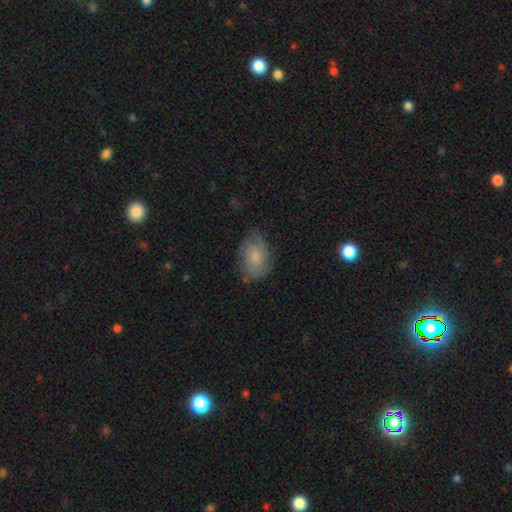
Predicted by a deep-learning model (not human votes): smooth 64%, featured or disk 28%, star or artifact 8%. Down the decision tree: how rounded — in between (84%); merging — none (71%).